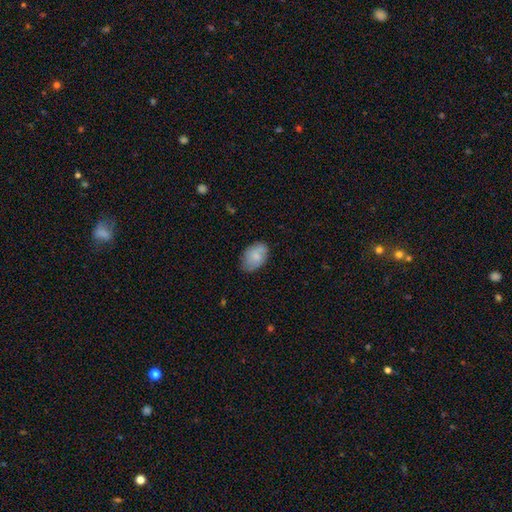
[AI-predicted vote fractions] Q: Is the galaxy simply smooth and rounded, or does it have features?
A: smooth — 72%.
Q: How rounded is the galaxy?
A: in between — 85%.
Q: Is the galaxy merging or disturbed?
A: none — 73%.